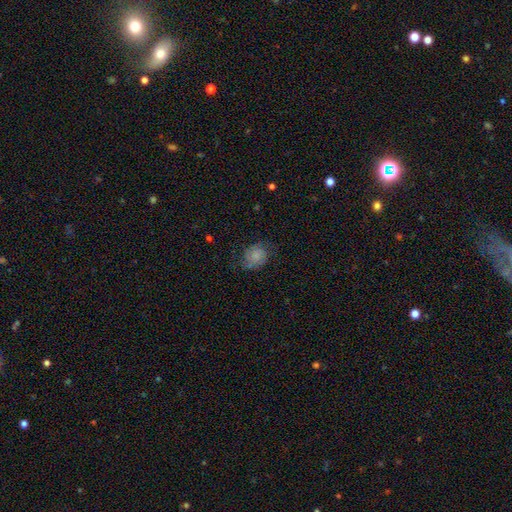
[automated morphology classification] smooth 73%, featured or disk 18%, star or artifact 9%. Down the decision tree: how rounded — round (61%); merging — none (60%).